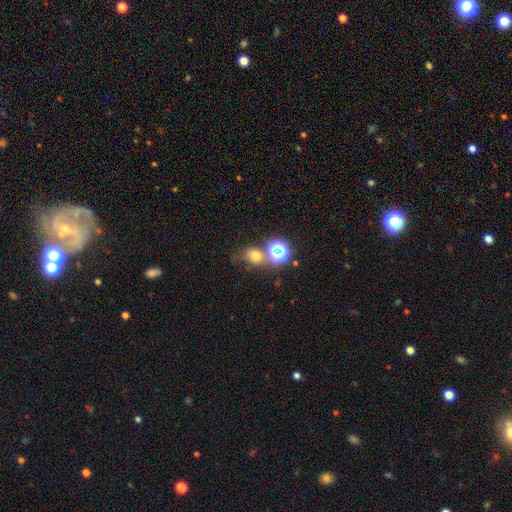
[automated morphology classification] A smooth galaxy with no disk features (66%) that is round (69%).

Vote fractions:
- Smooth or featured? smooth: 66% / star or artifact: 24% / featured or disk: 10%
- How rounded? round: 69% / in between: 30% / cigar-shaped: 1%
- Merging? none: 57% / merger: 22% / minor disturbance: 14% / major disturbance: 7%